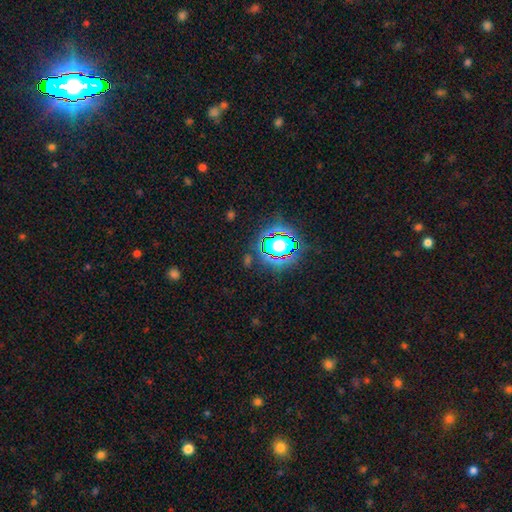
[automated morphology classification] A star or artifact, not a galaxy (82%).